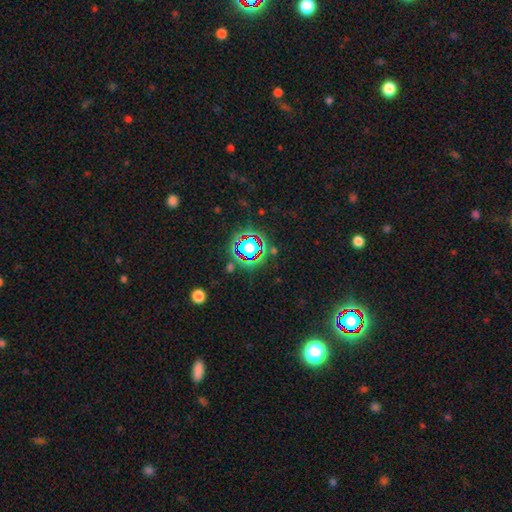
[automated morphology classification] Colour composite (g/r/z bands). It shows a star or artifact, not a galaxy (81%).